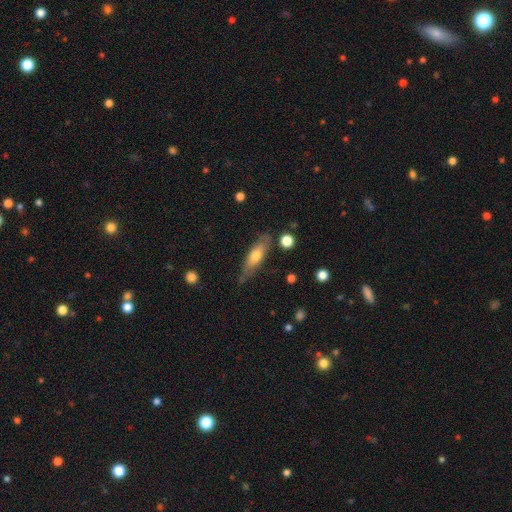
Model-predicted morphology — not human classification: Overall: smooth (58%; featured or disk 36%). How rounded: cigar-shaped (56%; in between 41%). Merging: none (72%).